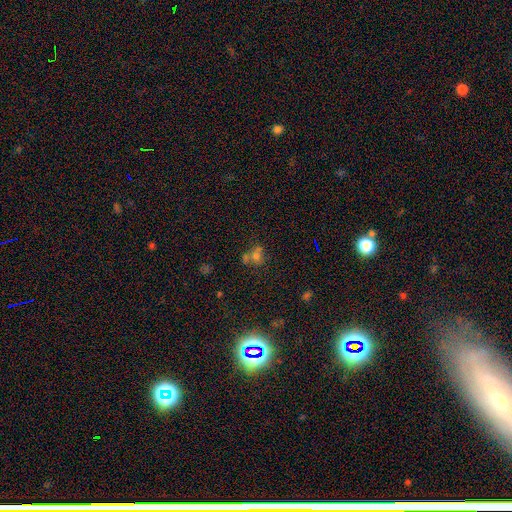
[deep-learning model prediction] Smooth or featured?
  - smooth: 51% *
  - star or artifact: 33%
  - featured or disk: 16%
How rounded?
  - round: 67% *
  - in between: 31%
  - cigar-shaped: 2%
Merging?
  - none: 44% *
  - merger: 40%
  - minor disturbance: 10%
  - major disturbance: 6%